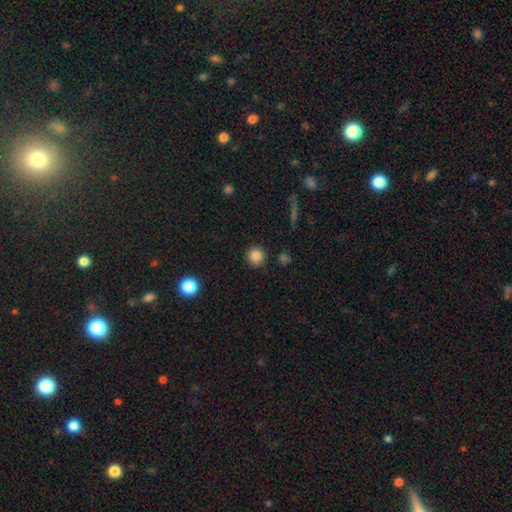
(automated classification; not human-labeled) Smooth or featured?
  - smooth: 84% *
  - star or artifact: 11%
  - featured or disk: 5%
How rounded?
  - round: 93% *
  - in between: 6%
  - cigar-shaped: 1%
Merging?
  - none: 89% *
  - minor disturbance: 7%
  - major disturbance: 2%
  - merger: 2%